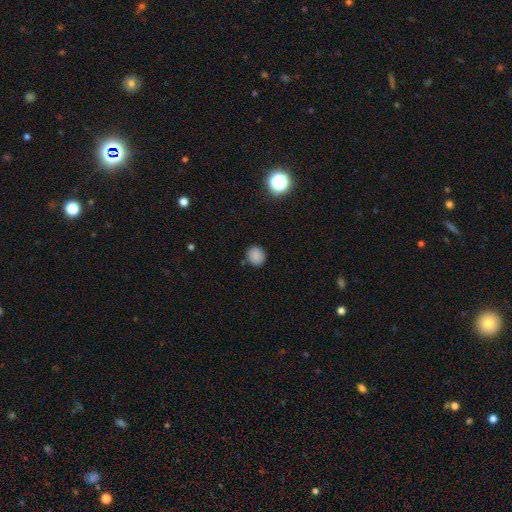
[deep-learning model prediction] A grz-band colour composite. It shows a smooth galaxy with no disk features (84%) that is round (84%). Merging: none (86%).